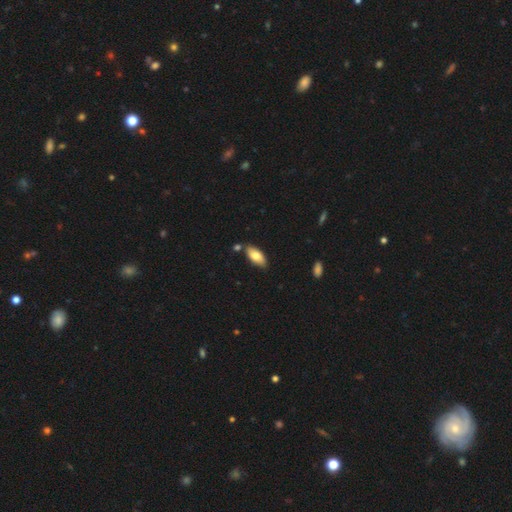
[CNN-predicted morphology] This is likely a smooth galaxy (80%). How rounded: clearly in between (90%). Merging: likely none (79%).